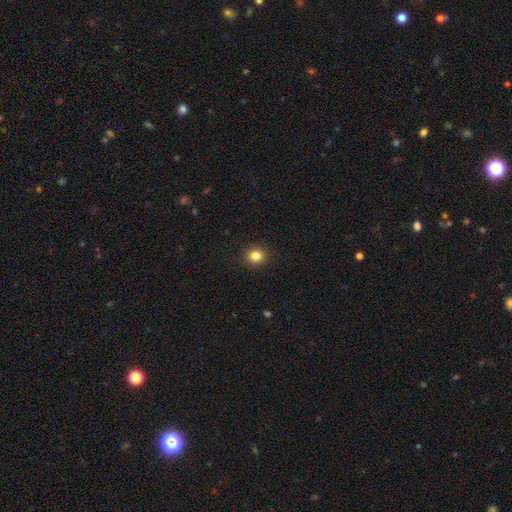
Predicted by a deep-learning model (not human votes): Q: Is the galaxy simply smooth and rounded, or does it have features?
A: smooth — 84%.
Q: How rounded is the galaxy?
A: round — 79%.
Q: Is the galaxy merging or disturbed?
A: none — 92%.